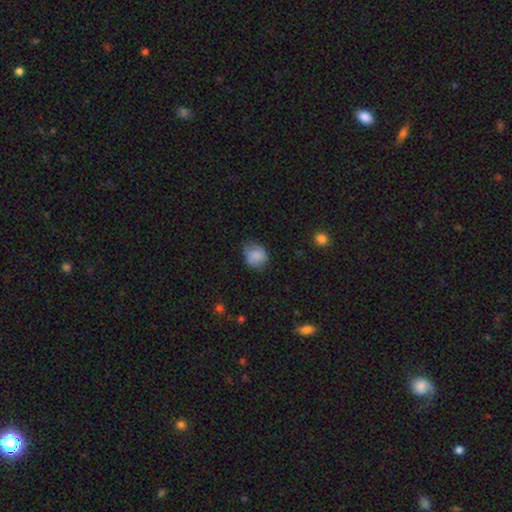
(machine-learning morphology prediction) smooth-or-featured: smooth: 82% | featured or disk: 9% | star or artifact: 9%
  how-rounded: round: 61% | in between: 38% | cigar-shaped: 1%
  merging: none: 62% | minor disturbance: 29% | major disturbance: 8% | merger: 1%